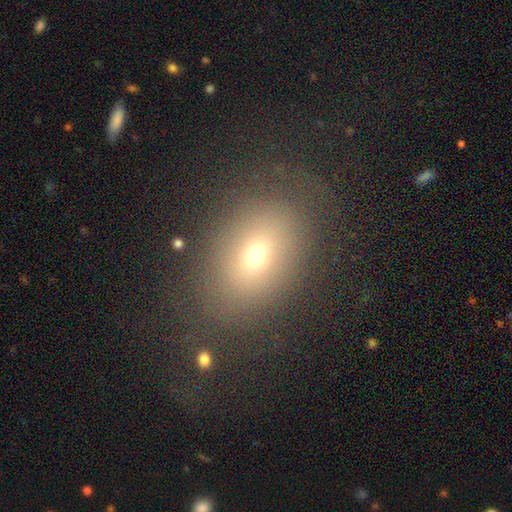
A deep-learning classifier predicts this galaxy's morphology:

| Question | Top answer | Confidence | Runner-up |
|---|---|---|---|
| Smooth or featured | smooth | 65% | star or artifact (18%) |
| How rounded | in between | 64% | round (35%) |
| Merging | none | 75% | minor disturbance (13%) |